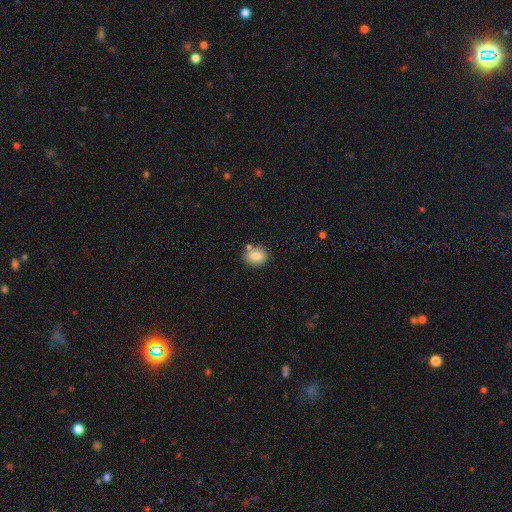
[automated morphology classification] Overall: smooth (79%). How rounded: round (60%; in between 38%). Merging: none (74%).